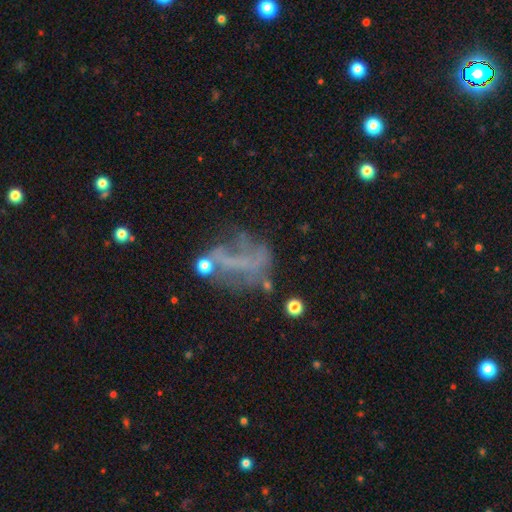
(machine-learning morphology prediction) A featured or disk galaxy (54%) with no bar (75%), no spiral arms (75%) and no central bulge (79%). Merging: major disturbance (40%).